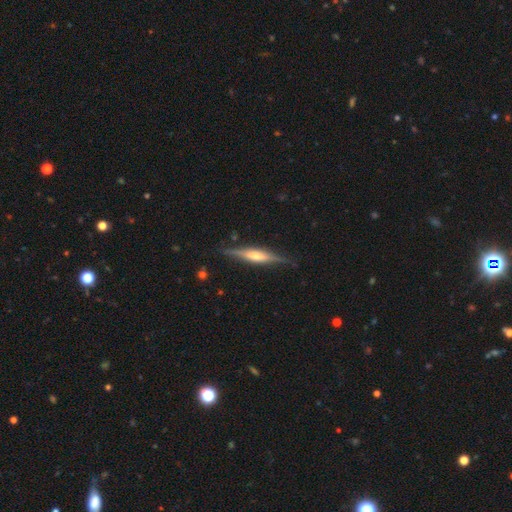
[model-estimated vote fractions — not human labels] This is likely a featured or disk galaxy (72%). It is clearly viewed edge-on (97%). Edge-on bulge: likely rounded (69%). Merging: clearly none (85%).